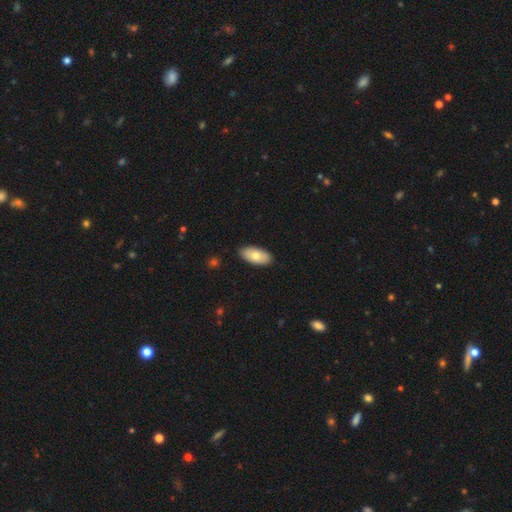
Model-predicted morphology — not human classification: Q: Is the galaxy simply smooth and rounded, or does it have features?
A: smooth — 75%.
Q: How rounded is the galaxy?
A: in between — 92%.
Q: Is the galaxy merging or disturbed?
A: none — 89%.